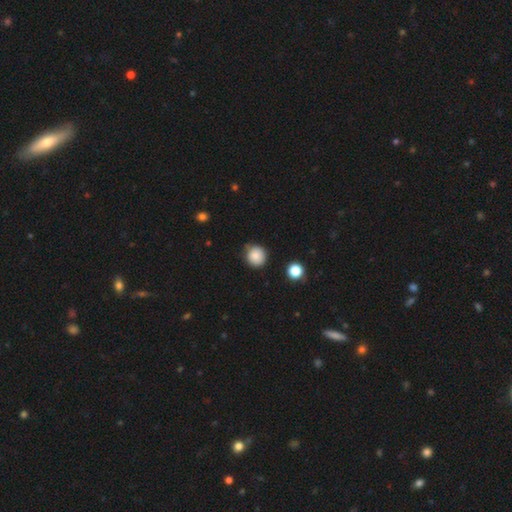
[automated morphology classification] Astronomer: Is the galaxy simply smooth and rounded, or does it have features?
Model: smooth — 86%.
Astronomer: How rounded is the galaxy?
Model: round — 89%.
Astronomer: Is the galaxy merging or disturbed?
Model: none — 79%.